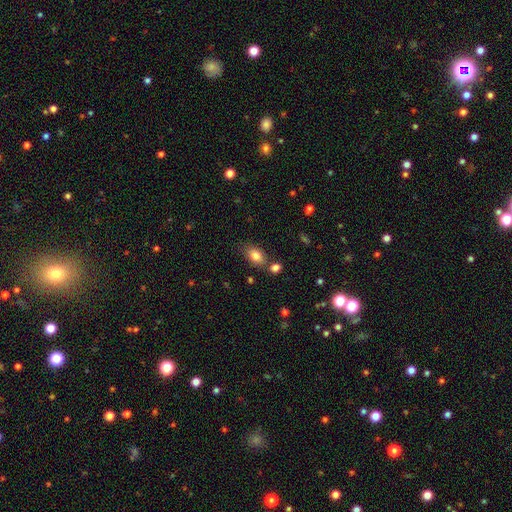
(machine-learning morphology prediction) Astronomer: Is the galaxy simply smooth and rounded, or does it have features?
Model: smooth — 82%.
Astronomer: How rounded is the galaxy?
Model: in between — 85%.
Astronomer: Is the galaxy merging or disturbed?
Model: none — 70%.